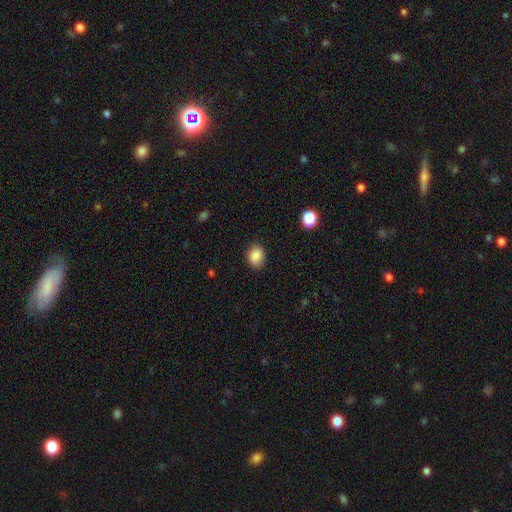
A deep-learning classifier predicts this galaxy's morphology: Smooth or featured: smooth — 87% (star or artifact — 9%)
How rounded: in between — 54% (round — 45%)
Merging: none — 87% (minor disturbance — 10%)